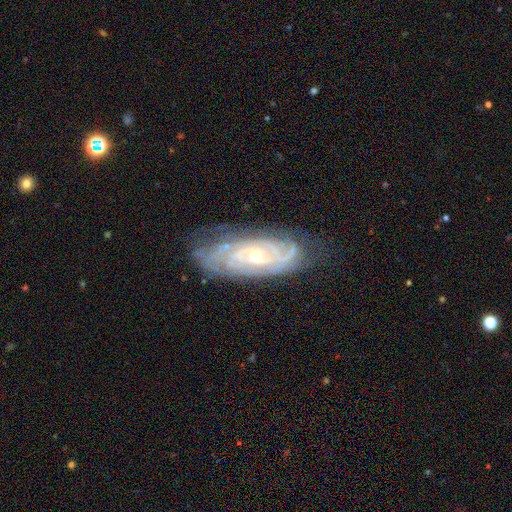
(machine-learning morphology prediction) featured or disk 87%, smooth 7%, star or artifact 6%. Down the decision tree: edge-on disk — no (92%); bar — no (63%); spiral arms — yes (97%); spiral arm count — can't tell (33%); spiral winding — tight (75%); bulge size — small (52%); merging — none (75%).